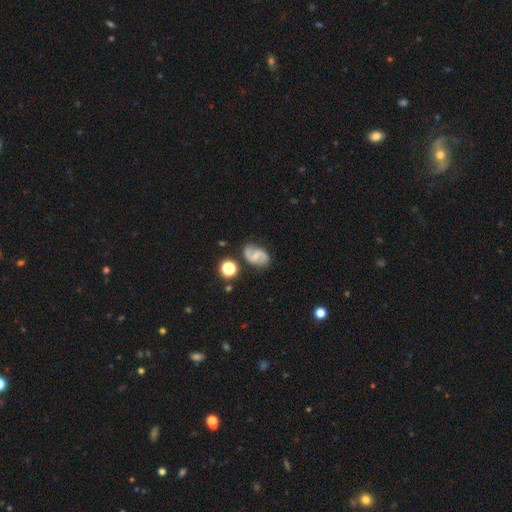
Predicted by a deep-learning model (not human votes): Q: Smooth or featured?
A: featured or disk (78%); runner-up: smooth (15%)
Q: Edge-on disk?
A: no (98%); runner-up: yes (2%)
Q: Bar?
A: weak (46%); runner-up: no (41%)
Q: Spiral arms?
A: yes (94%); runner-up: no (6%)
Q: Spiral winding?
A: medium (50%); runner-up: loose (30%)
Q: Spiral arm count?
A: 2 (91%); runner-up: can't tell (4%)
Q: Bulge size?
A: small (59%); runner-up: moderate (31%)
Q: Merging?
A: none (77%); runner-up: minor disturbance (16%)